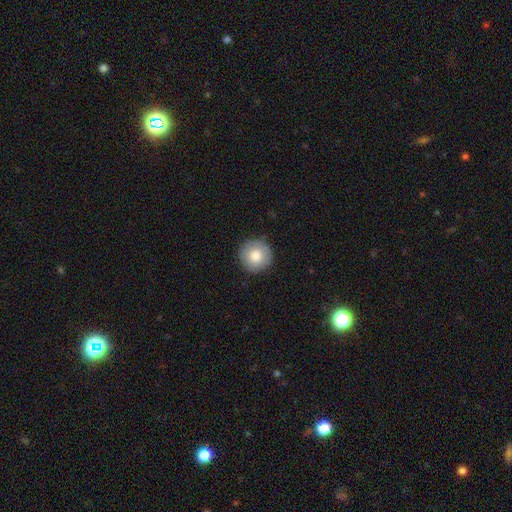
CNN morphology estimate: This appears to be a smooth galaxy with no disk features (80%) that is round (96%). Merging: none (90%).